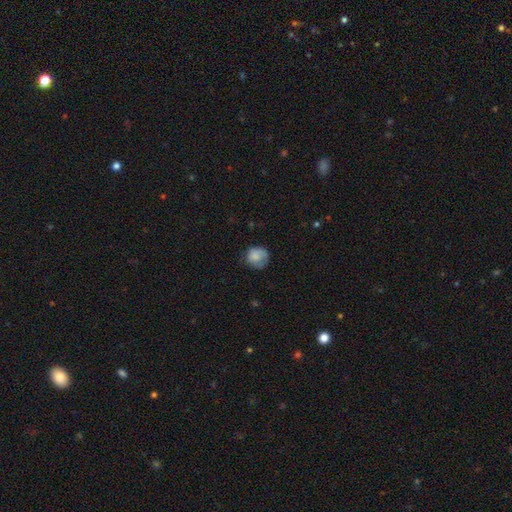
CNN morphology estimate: smooth_or_featured: smooth (p=0.78) [alt: featured or disk p=0.13]
how_rounded: round (p=0.81) [alt: in between p=0.18]
merging: none (p=0.60) [alt: minor disturbance p=0.27]